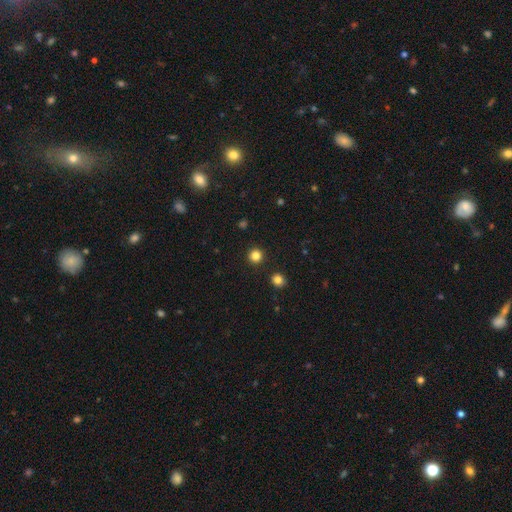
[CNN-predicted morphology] A smooth galaxy with no disk features (83%) that is round (95%).

Vote fractions:
- Smooth or featured? smooth: 83% / star or artifact: 13% / featured or disk: 4%
- How rounded? round: 95% / in between: 4% / cigar-shaped: 1%
- Merging? none: 93% / minor disturbance: 4% / merger: 2% / major disturbance: 2%